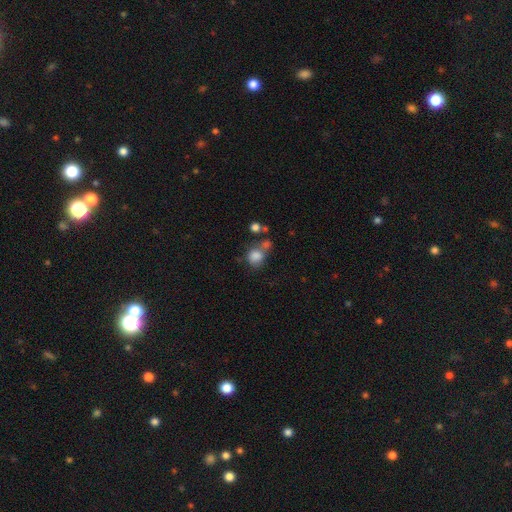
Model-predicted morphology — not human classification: Overall: smooth (81%). How rounded: round (72%). Merging: none (46%; merger 30%).